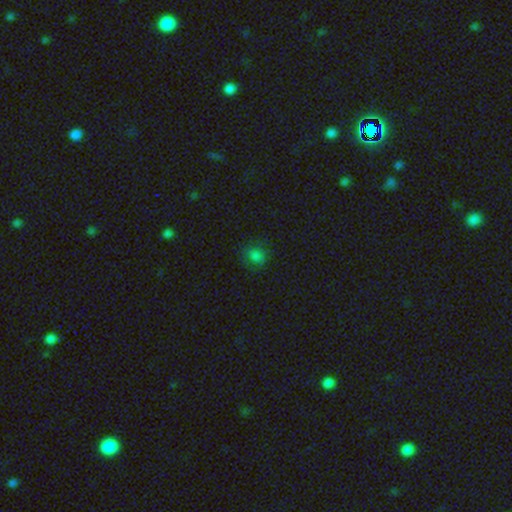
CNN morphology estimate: smooth_or_featured: smooth (p=0.77) [alt: star or artifact p=0.17]
how_rounded: round (p=0.69) [alt: in between p=0.30]
merging: none (p=0.77) [alt: minor disturbance p=0.16]